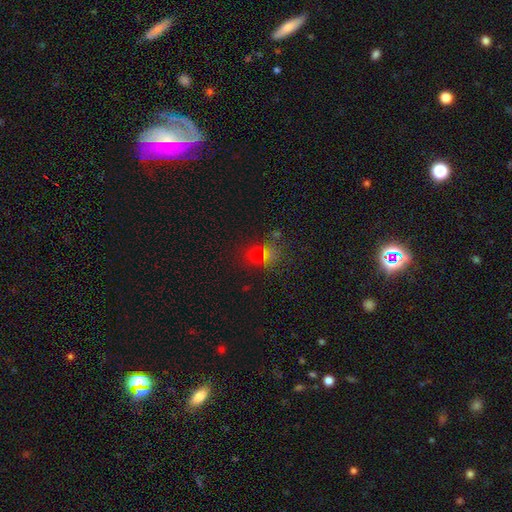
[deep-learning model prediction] Smooth or featured: smooth — 46% (star or artifact — 38%)
Merging: none — 55% (merger — 21%)